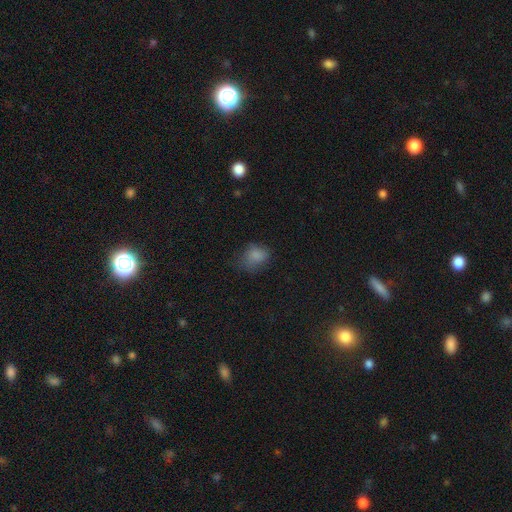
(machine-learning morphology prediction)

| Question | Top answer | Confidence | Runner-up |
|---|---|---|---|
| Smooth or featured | smooth | 77% | star or artifact (14%) |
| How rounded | in between | 57% | round (42%) |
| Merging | none | 48% | minor disturbance (31%) |